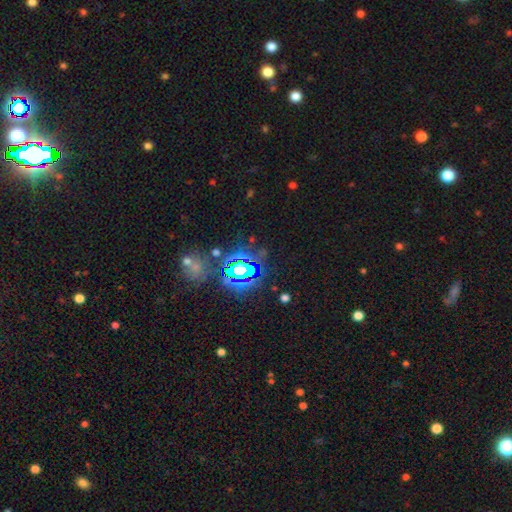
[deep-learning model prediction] The model was most divided on "smooth or featured": star or artifact: 74%, smooth: 16%, featured or disk: 10%.